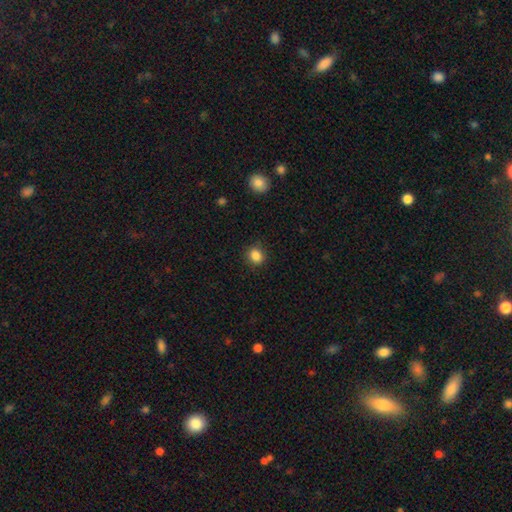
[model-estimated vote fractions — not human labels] Smooth or featured: smooth — 86% (star or artifact — 10%)
How rounded: round — 74% (in between — 25%)
Merging: none — 88% (minor disturbance — 9%)